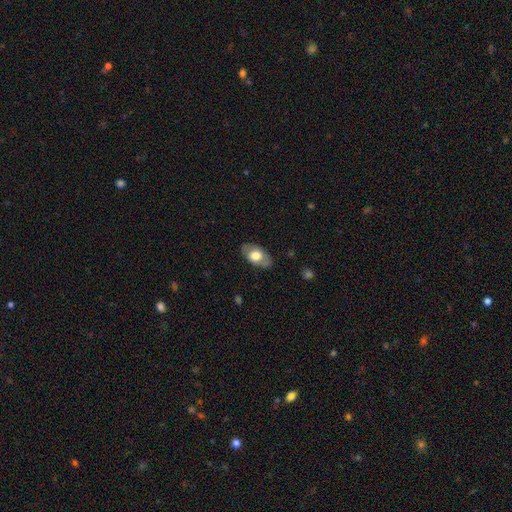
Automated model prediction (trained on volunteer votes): The model was most divided on "smooth or featured": smooth: 61%, featured or disk: 33%, star or artifact: 6%. More confident: how rounded — in between (91%); merging — none (80%).